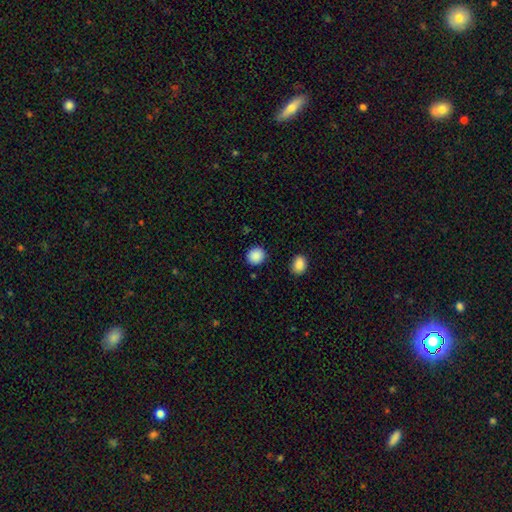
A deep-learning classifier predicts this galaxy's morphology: Smooth or featured? smooth (89%)
How rounded? round (89%)
Merging? none (89%)